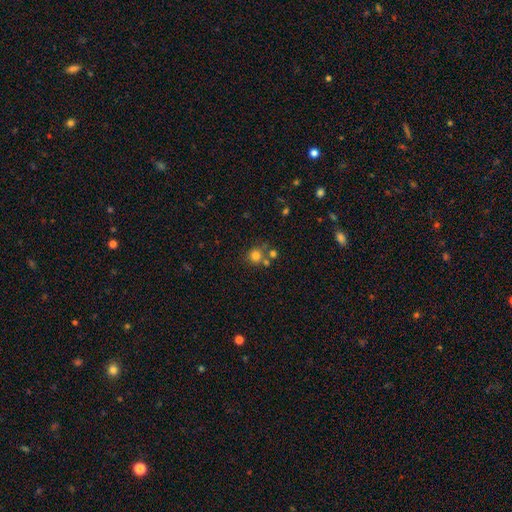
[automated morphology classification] The model was most divided on "merging": none: 64%, merger: 23%, minor disturbance: 9%, major disturbance: 4%. More confident: how rounded — round (88%); smooth or featured — smooth (76%).